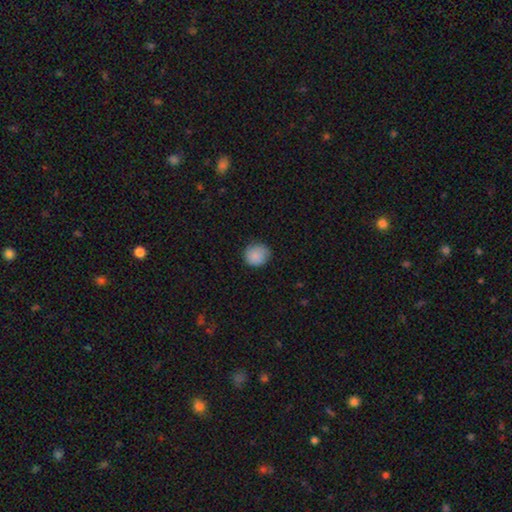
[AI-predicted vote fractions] Morphology: type=smooth (87%); roundness=round (90%); merging=none (81%).